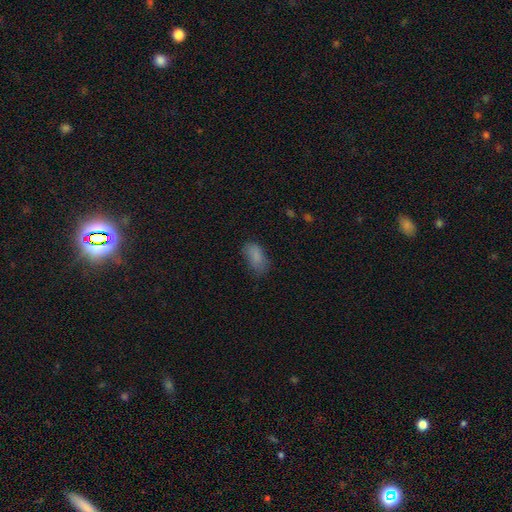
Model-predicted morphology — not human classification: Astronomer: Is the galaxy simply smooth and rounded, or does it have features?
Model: smooth — 80%.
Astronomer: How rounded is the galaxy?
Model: in between — 92%.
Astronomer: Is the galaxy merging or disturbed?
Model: none — 55%.